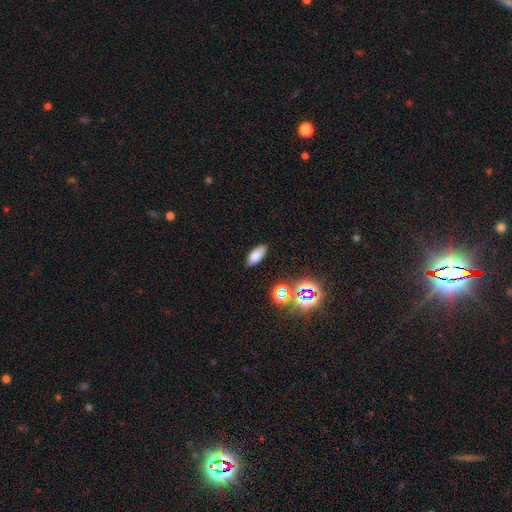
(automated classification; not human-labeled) smooth_or_featured: smooth (p=0.77) [alt: star or artifact p=0.14]
how_rounded: in between (p=0.82) [alt: cigar-shaped p=0.15]
merging: none (p=0.86) [alt: minor disturbance p=0.10]